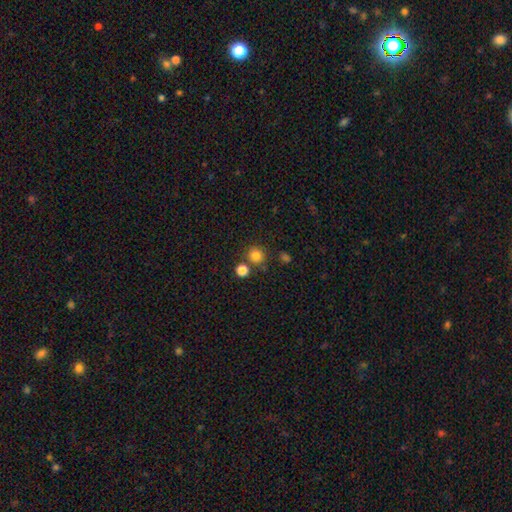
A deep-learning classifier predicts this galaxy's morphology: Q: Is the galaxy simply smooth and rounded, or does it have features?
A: smooth — 81%.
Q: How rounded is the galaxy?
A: round — 90%.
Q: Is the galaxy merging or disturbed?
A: none — 76%.